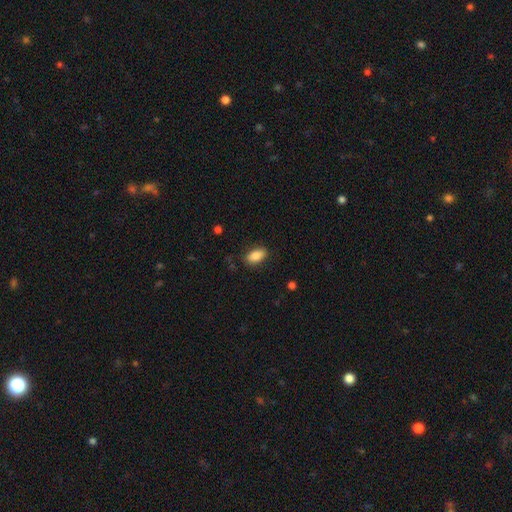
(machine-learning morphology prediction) The model was most divided on "merging": none: 85%, minor disturbance: 11%, major disturbance: 3%, merger: 1%. More confident: how rounded — in between (91%); smooth or featured — smooth (84%).